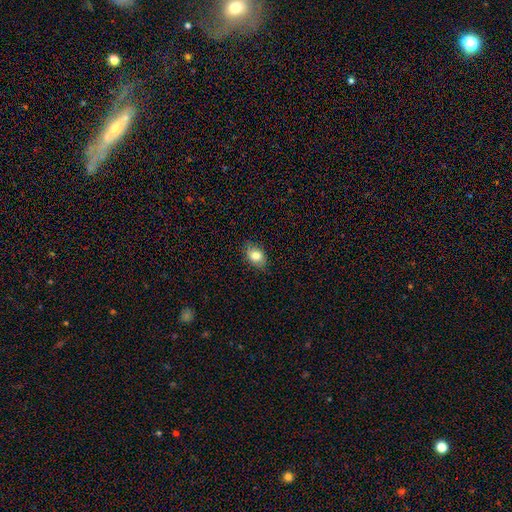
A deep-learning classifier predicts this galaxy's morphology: This appears to be a smooth galaxy with no disk features (82%) that is in between round and cigar-shaped (79%). Merging: none (83%).